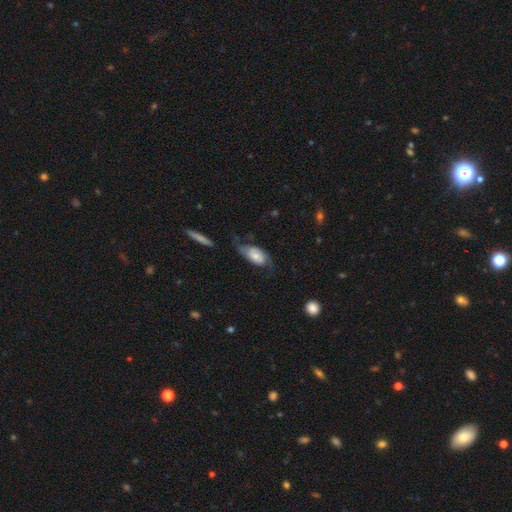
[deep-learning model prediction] Morphology: type=featured or disk (57%); edge-on=no (92%); bar=no (58%); spiral arms=yes (86%); bulge=moderate (43%); merging=none (45%).